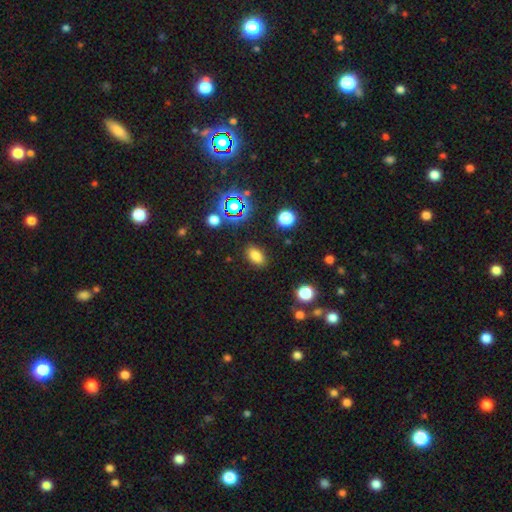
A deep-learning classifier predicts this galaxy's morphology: Smooth or featured? smooth (78%)
How rounded? in between (86%)
Merging? none (86%)